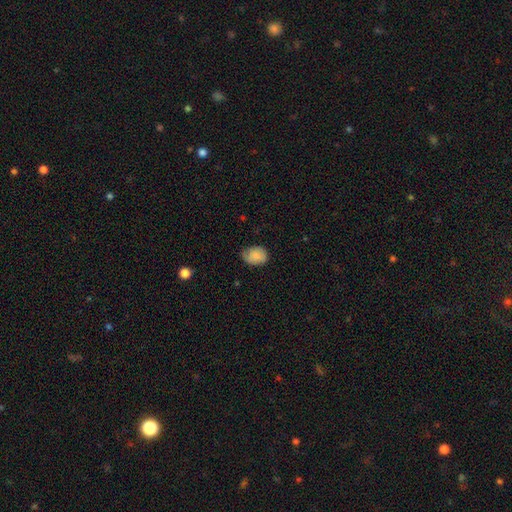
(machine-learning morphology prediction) type=smooth (79%); roundness=in between (65%); merging=none (60%).